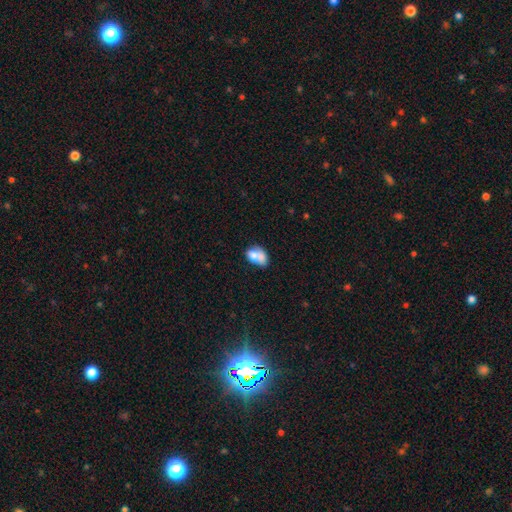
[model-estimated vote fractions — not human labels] Morphology: type=smooth (69%); roundness=in between (79%); merging=merger (41%).